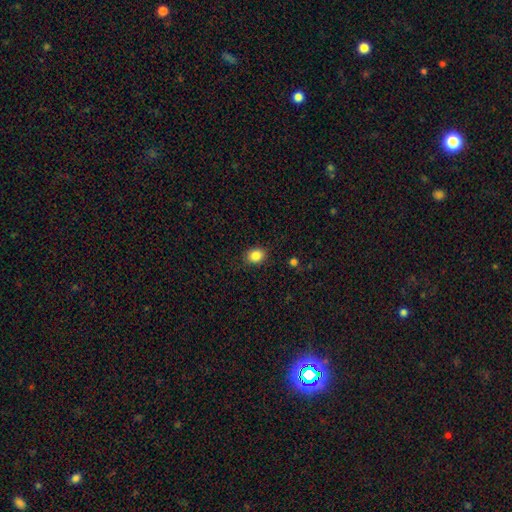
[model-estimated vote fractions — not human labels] Overall: smooth (85%). How rounded: round (51%; in between 48%). Merging: none (87%).